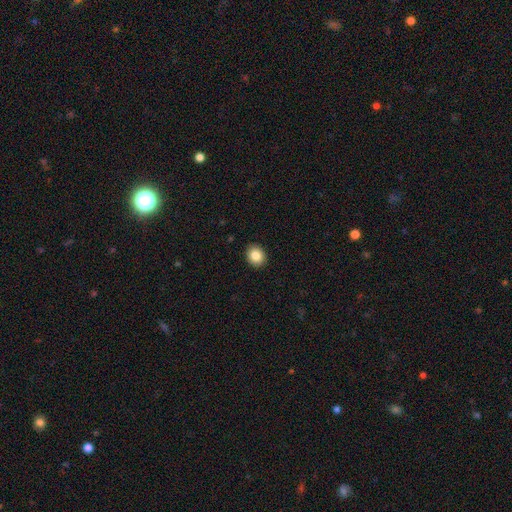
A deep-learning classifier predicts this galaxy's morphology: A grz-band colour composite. It shows a smooth galaxy with no disk features (86%) that is round (62%). Merging: none (91%).